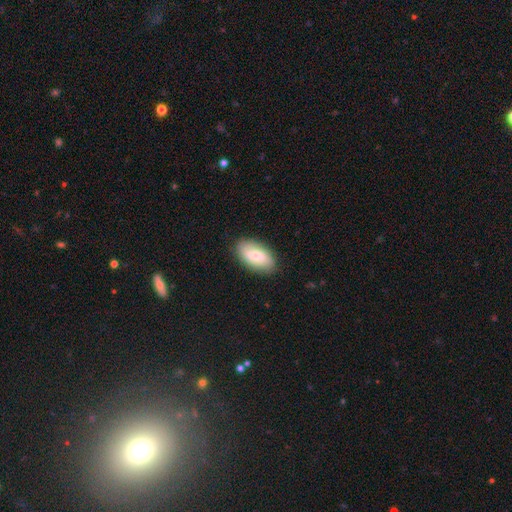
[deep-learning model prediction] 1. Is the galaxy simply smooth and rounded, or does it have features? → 71% smooth, 23% featured or disk, 6% star or artifact.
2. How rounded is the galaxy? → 93% in between, 4% cigar-shaped, 3% round.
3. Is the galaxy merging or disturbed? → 86% none, 10% minor disturbance, 2% major disturbance, 1% merger.